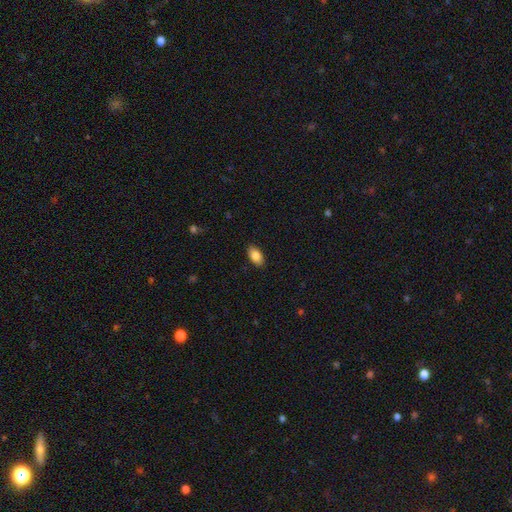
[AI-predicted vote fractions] This appears to be a smooth galaxy with no disk features (84%) that is in between round and cigar-shaped (93%). Merging: none (88%).